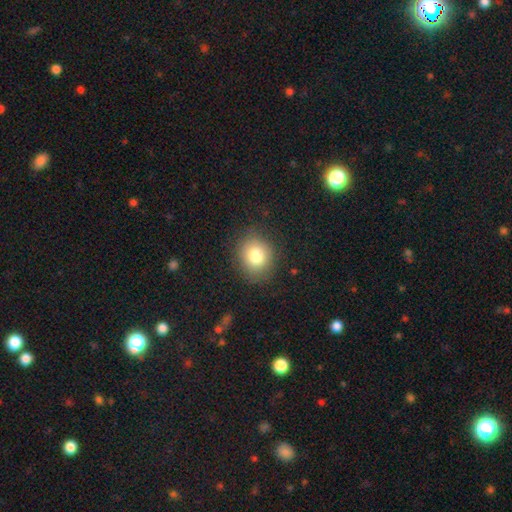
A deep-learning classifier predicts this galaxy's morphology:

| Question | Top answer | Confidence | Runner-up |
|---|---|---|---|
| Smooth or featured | smooth | 80% | star or artifact (10%) |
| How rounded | round | 74% | in between (25%) |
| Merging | none | 85% | minor disturbance (10%) |